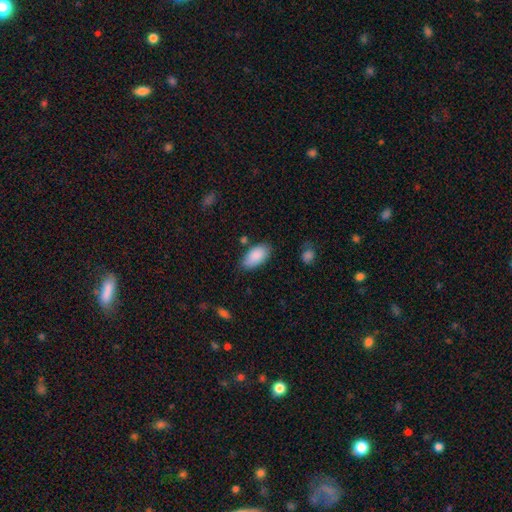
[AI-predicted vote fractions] This is clearly a smooth galaxy (89%). How rounded: clearly in between (94%). Merging: likely none (78%).